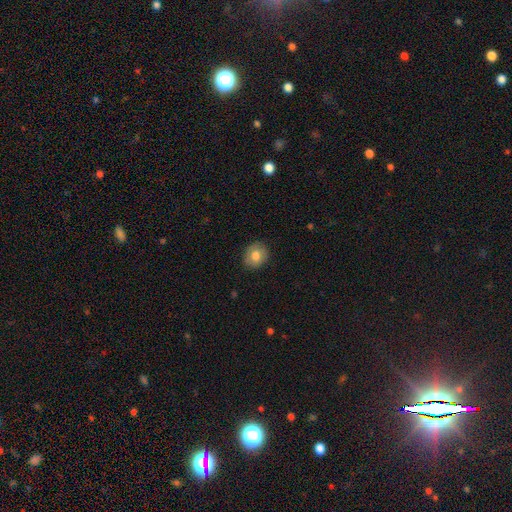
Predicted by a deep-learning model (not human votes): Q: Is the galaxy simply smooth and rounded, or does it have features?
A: smooth — 79%.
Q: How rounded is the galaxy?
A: round — 63%.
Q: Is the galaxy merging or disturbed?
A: none — 86%.